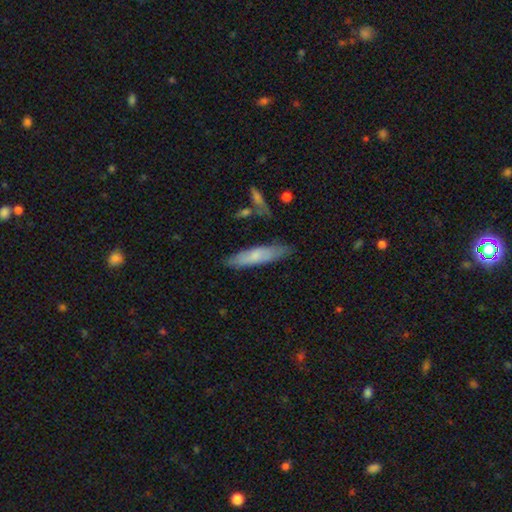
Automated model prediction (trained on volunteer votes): Overall: smooth (69%). How rounded: cigar-shaped (74%). Merging: none (79%).